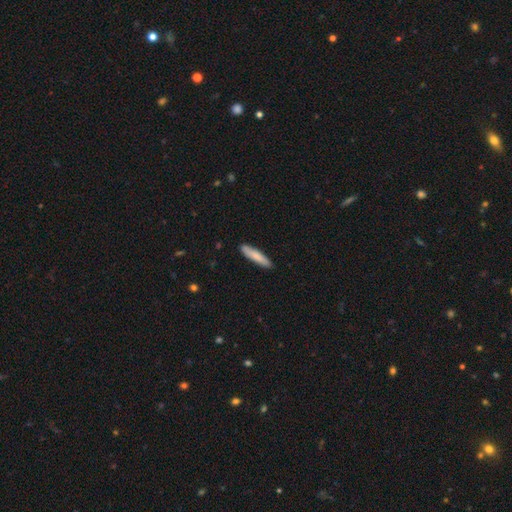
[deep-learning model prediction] Smooth or featured?
  - smooth: 81% *
  - featured or disk: 14%
  - star or artifact: 5%
How rounded?
  - cigar-shaped: 85% *
  - in between: 13%
  - round: 1%
Merging?
  - none: 88% *
  - minor disturbance: 9%
  - major disturbance: 2%
  - merger: 1%